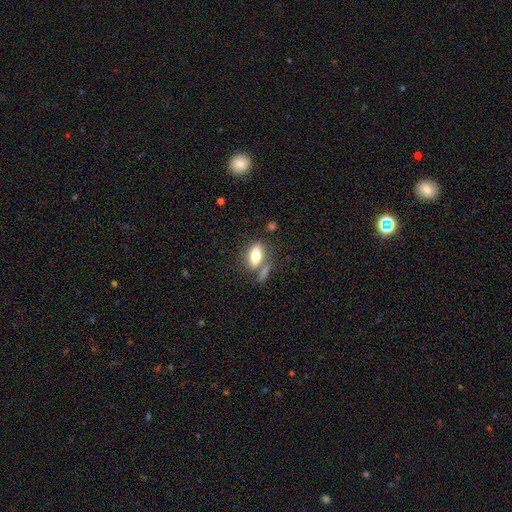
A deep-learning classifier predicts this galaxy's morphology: This is likely a smooth galaxy (67%). How rounded: likely in between (79%). Merging: possibly none (58%).